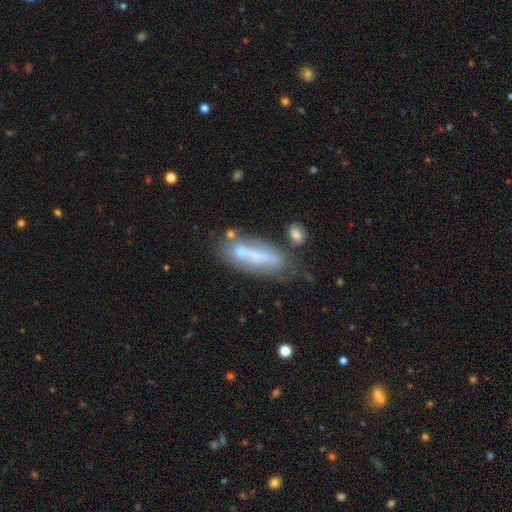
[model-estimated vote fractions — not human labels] Morphology: type=smooth (49%); merging=none (45%).